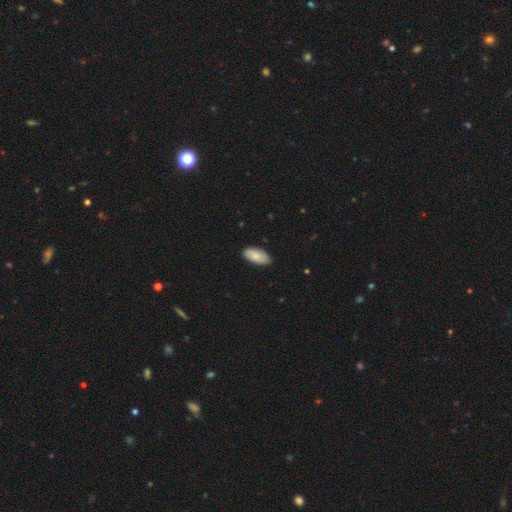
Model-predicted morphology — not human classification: Q: Smooth or featured?
A: smooth (82%); runner-up: featured or disk (13%)
Q: How rounded?
A: in between (93%); runner-up: cigar-shaped (6%)
Q: Merging?
A: none (83%); runner-up: minor disturbance (14%)